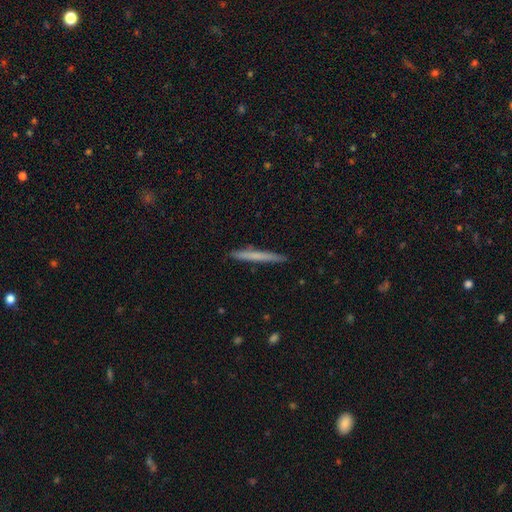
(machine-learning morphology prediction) smooth 61%, featured or disk 33%, star or artifact 6%. Down the decision tree: how rounded — cigar-shaped (97%); merging — none (91%).